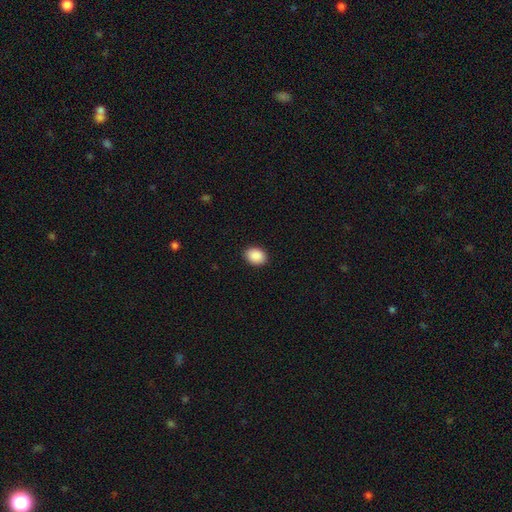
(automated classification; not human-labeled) A smooth galaxy with no disk features (90%) that is in between round and cigar-shaped (65%).

Vote fractions:
- Smooth or featured? smooth: 90% / star or artifact: 7% / featured or disk: 2%
- How rounded? in between: 65% / round: 34% / cigar-shaped: 1%
- Merging? none: 91% / minor disturbance: 7% / major disturbance: 2% / merger: 1%